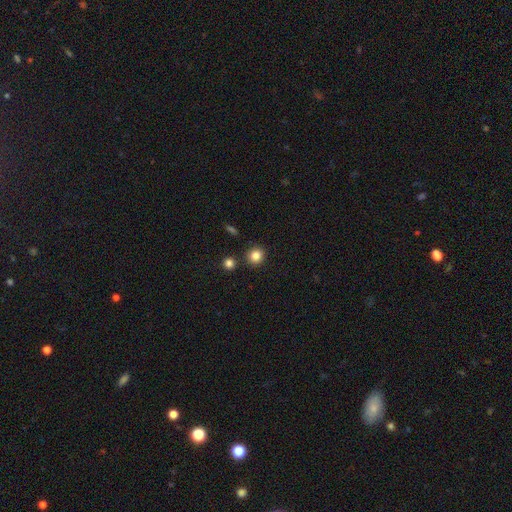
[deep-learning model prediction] Smooth or featured? Predicted: smooth (p=0.84). How rounded? Predicted: round (p=0.86). Merging? Predicted: none (p=0.86).